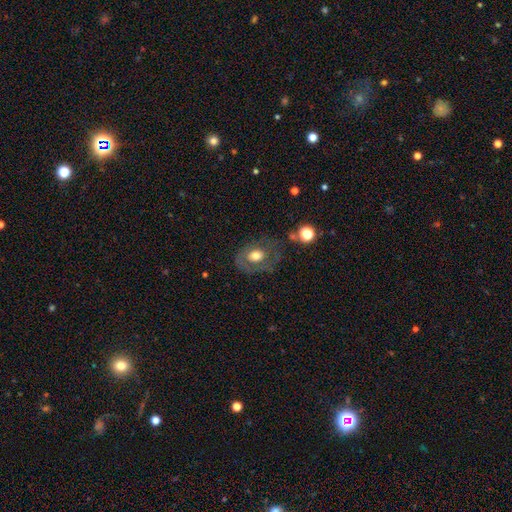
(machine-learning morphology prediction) smooth 53%, featured or disk 38%, star or artifact 9%. Down the decision tree: how rounded — in between (60%); merging — none (56%).